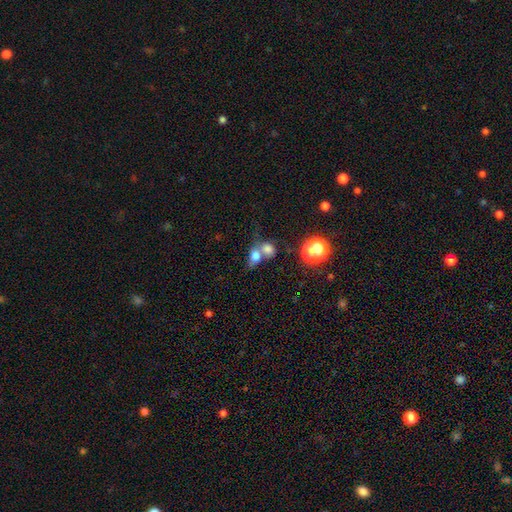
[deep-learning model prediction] This is likely a smooth galaxy (74%). How rounded: possibly in between (60%). Merging: possibly merger (59%).